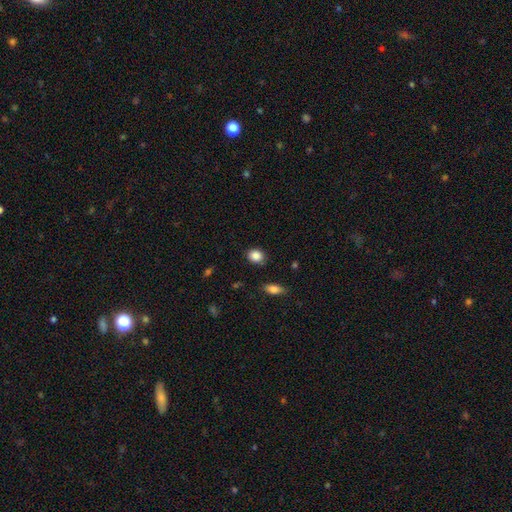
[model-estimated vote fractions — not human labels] smooth-or-featured: smooth: 87% | star or artifact: 9% | featured or disk: 4%
  how-rounded: round: 55% | in between: 44% | cigar-shaped: 1%
  merging: none: 84% | minor disturbance: 11% | major disturbance: 3% | merger: 2%